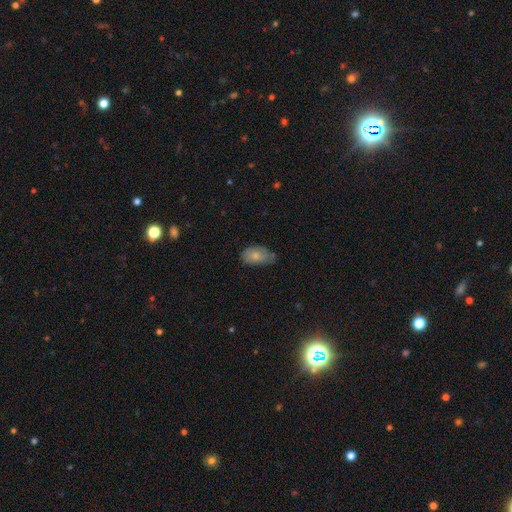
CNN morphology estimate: smooth-or-featured: smooth: 69% | featured or disk: 23% | star or artifact: 7%
  how-rounded: in between: 92% | round: 5% | cigar-shaped: 3%
  merging: none: 50% | minor disturbance: 39% | major disturbance: 9% | merger: 2%